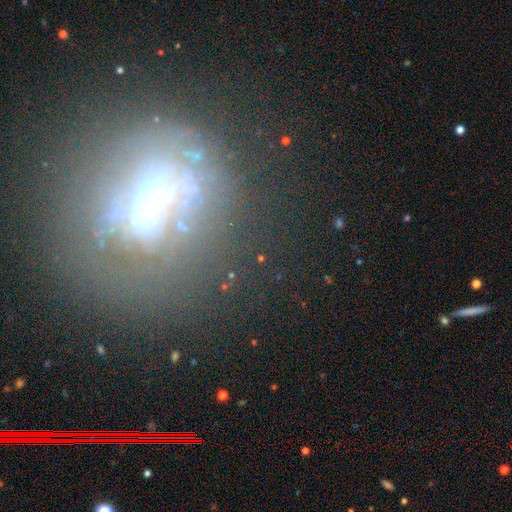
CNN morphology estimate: Smooth or featured? featured or disk (52%)
Edge-on disk? no (84%)
Merging? none (58%)